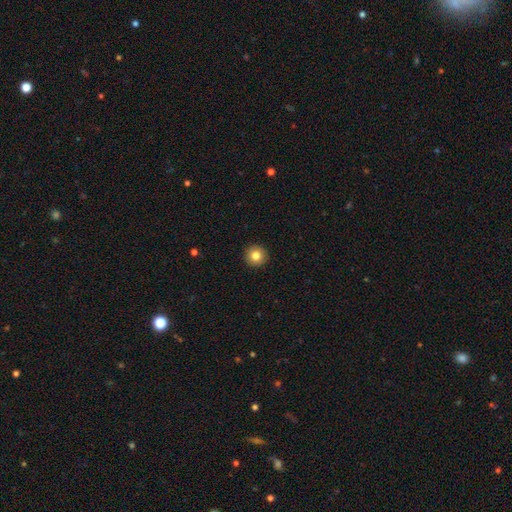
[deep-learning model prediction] Morphology: type=smooth (82%); roundness=round (96%); merging=none (93%).